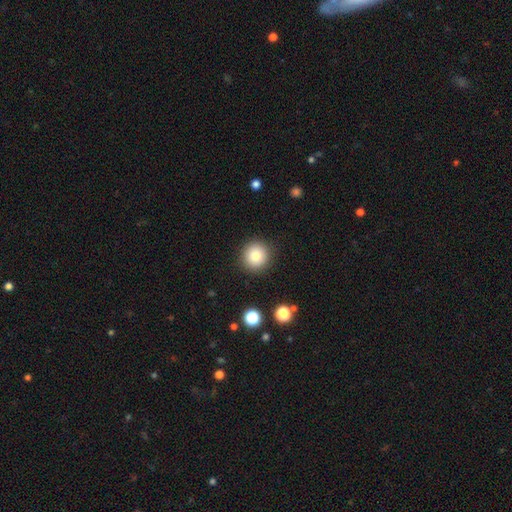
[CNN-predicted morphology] smooth 81%, star or artifact 10%, featured or disk 8%. Down the decision tree: how rounded — round (93%); merging — none (90%).